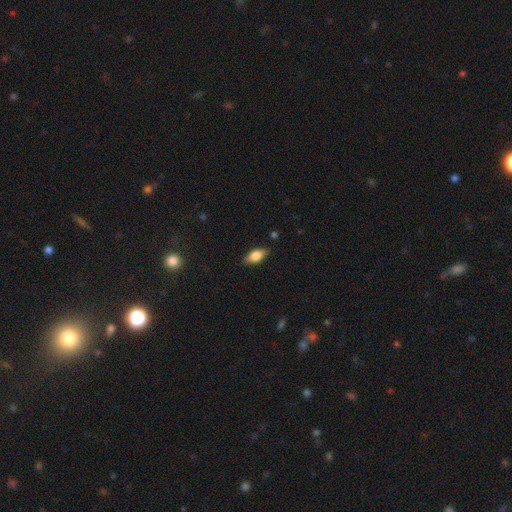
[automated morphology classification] A smooth galaxy with no disk features (68%) that is in between round and cigar-shaped (84%).

Vote fractions:
- Smooth or featured? smooth: 68% / featured or disk: 24% / star or artifact: 8%
- How rounded? in between: 84% / cigar-shaped: 11% / round: 5%
- Merging? none: 83% / minor disturbance: 14% / major disturbance: 3% / merger: 1%